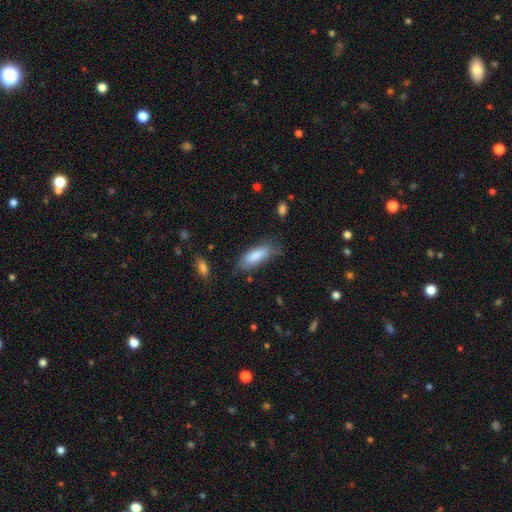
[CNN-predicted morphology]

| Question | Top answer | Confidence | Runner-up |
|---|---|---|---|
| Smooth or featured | smooth | 82% | featured or disk (11%) |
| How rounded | in between | 66% | cigar-shaped (33%) |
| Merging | none | 67% | minor disturbance (23%) |